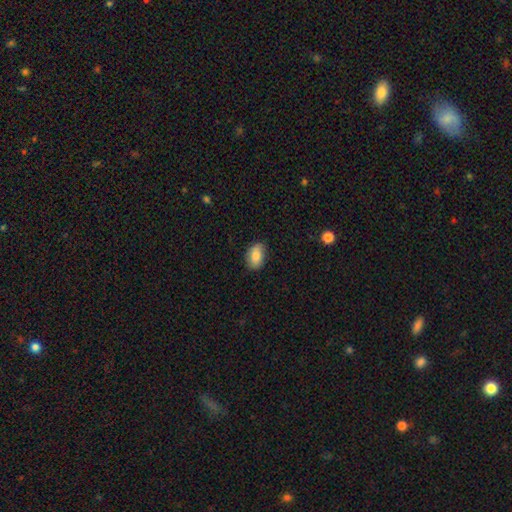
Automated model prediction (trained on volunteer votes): smooth-or-featured: smooth: 81% | featured or disk: 12% | star or artifact: 7%
  how-rounded: in between: 89% | round: 10% | cigar-shaped: 2%
  merging: none: 83% | minor disturbance: 13% | major disturbance: 2% | merger: 1%